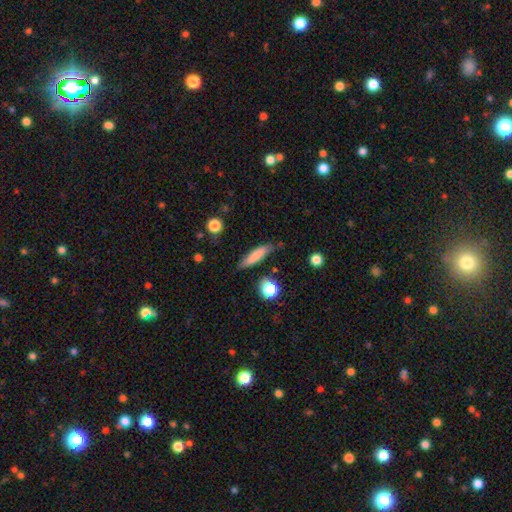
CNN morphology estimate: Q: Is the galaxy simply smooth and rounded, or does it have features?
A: smooth — 78%.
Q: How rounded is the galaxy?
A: cigar-shaped — 77%.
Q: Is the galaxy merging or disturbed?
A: none — 78%.